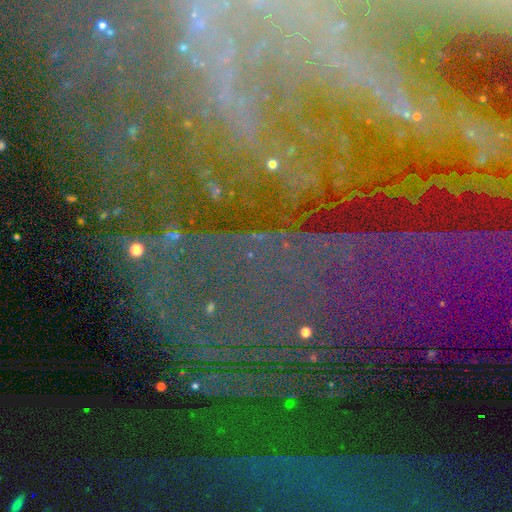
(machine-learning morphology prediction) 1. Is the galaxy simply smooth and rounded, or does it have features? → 69% star or artifact, 22% featured or disk, 10% smooth.